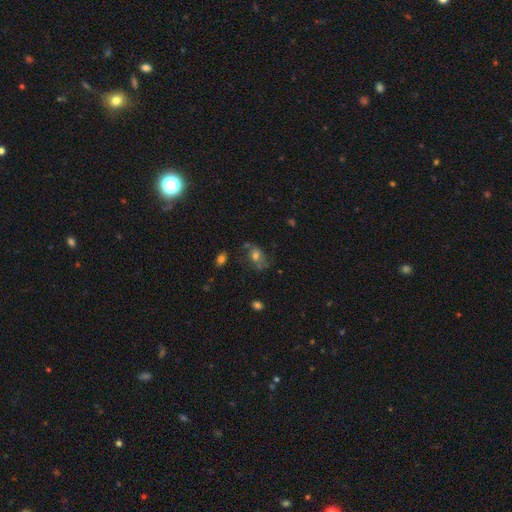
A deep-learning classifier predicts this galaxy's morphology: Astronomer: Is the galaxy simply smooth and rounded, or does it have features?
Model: smooth — 44% (runner-up: featured or disk, 40%).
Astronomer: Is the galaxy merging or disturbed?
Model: none — 53%.